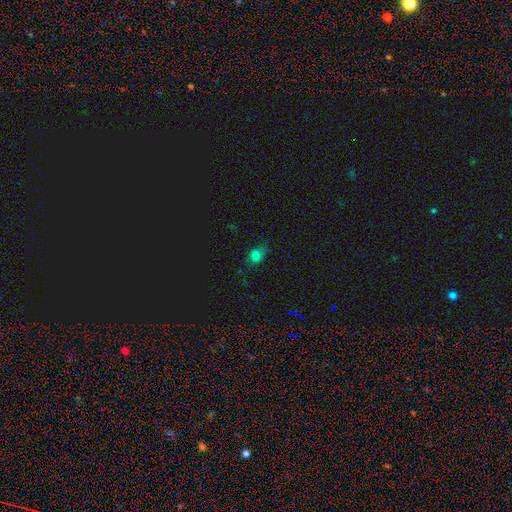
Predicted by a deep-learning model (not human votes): Smooth or featured: smooth — 66% (star or artifact — 25%)
How rounded: in between — 57% (round — 41%)
Merging: none — 61% (minor disturbance — 25%)